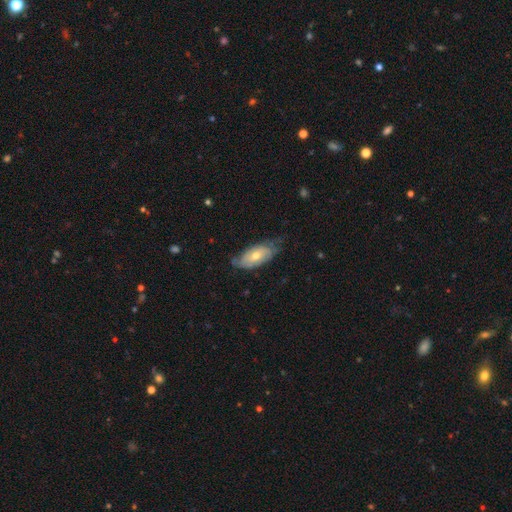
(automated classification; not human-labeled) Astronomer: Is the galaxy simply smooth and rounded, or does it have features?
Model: featured or disk — 53% (runner-up: smooth, 41%).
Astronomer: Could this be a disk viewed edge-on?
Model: no — 84%.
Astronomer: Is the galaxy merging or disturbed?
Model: none — 59%.